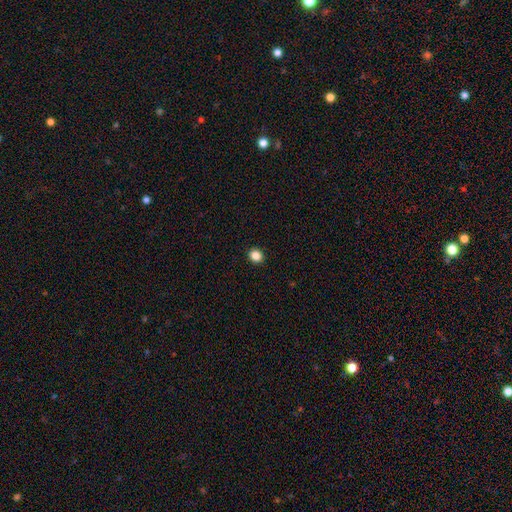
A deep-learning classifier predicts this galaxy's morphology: A smooth galaxy with no disk features (85%) that is round (83%).

Vote fractions:
- Smooth or featured? smooth: 85% / star or artifact: 11% / featured or disk: 4%
- How rounded? round: 83% / in between: 16% / cigar-shaped: 1%
- Merging? none: 93% / minor disturbance: 5% / major disturbance: 2% / merger: 1%